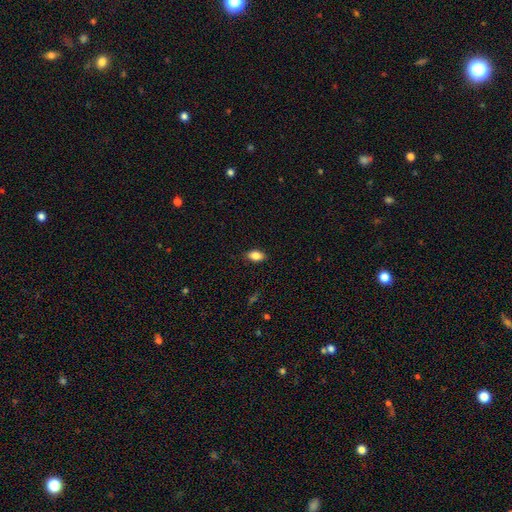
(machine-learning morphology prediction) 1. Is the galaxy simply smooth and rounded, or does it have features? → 84% smooth, 8% star or artifact, 7% featured or disk.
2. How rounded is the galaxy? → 89% in between, 9% round, 3% cigar-shaped.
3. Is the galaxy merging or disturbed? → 86% none, 10% minor disturbance, 2% major disturbance, 1% merger.